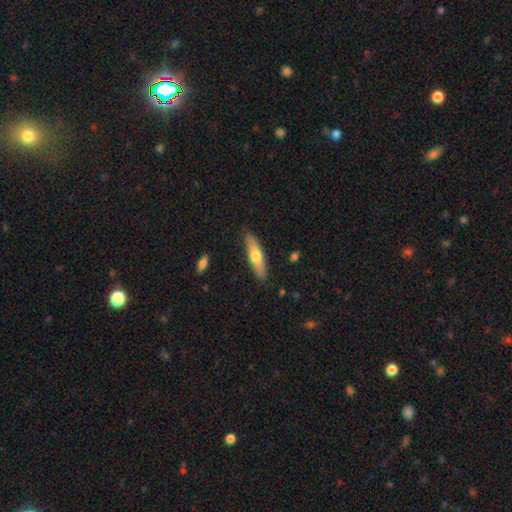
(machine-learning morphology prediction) The model was most divided on "smooth or featured": smooth: 60%, featured or disk: 35%, star or artifact: 5%. More confident: merging — none (88%); how rounded — cigar-shaped (72%).